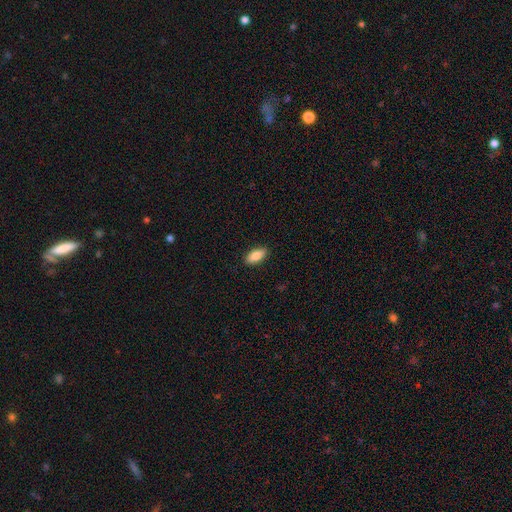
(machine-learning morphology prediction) Smooth or featured?
  - smooth: 85% *
  - featured or disk: 9%
  - star or artifact: 7%
How rounded?
  - in between: 85% *
  - cigar-shaped: 13%
  - round: 2%
Merging?
  - none: 88% *
  - minor disturbance: 9%
  - major disturbance: 2%
  - merger: 1%